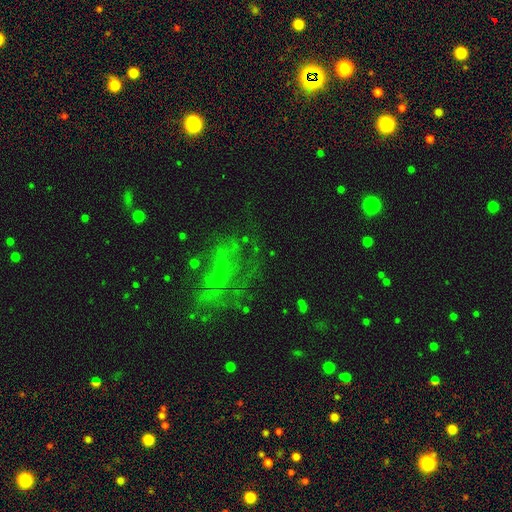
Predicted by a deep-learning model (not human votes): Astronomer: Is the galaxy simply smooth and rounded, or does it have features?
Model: featured or disk — 41% (runner-up: star or artifact, 31%).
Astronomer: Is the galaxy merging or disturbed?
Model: none — 54%.